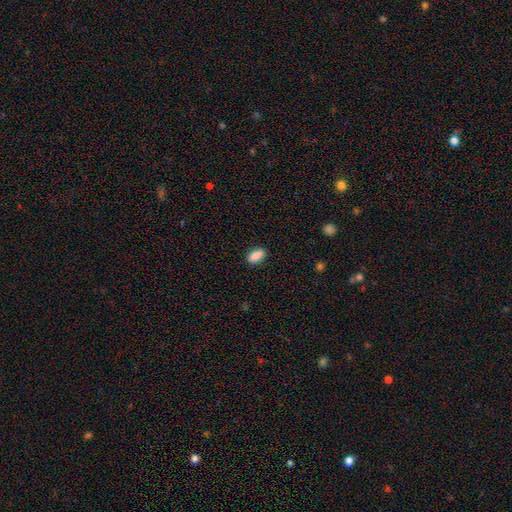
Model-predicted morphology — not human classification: type=smooth (88%); roundness=in between (84%); merging=none (87%).